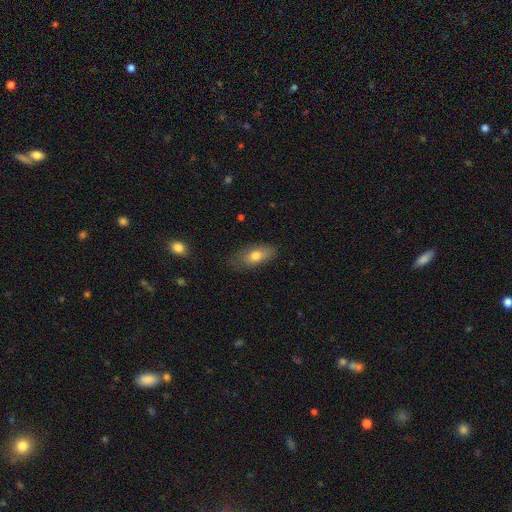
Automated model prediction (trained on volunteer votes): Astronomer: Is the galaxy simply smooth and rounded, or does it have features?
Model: smooth — 73%.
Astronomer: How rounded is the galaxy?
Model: in between — 82%.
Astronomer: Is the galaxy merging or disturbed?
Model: none — 73%.